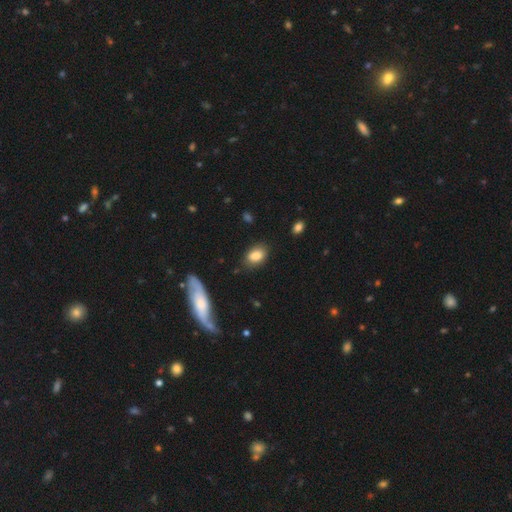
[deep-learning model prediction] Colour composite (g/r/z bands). It shows a smooth galaxy with no disk features (84%) that is in between round and cigar-shaped (85%). Merging: none (78%).